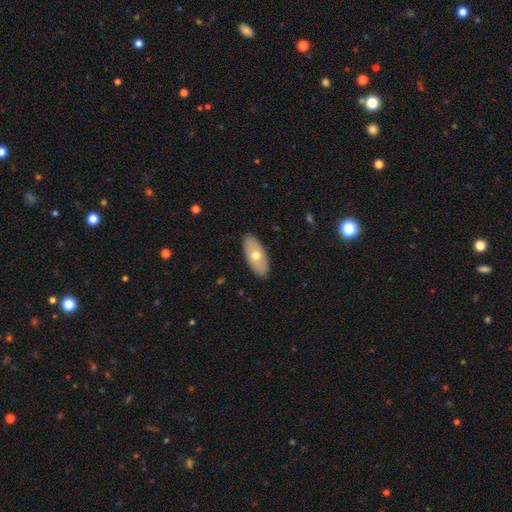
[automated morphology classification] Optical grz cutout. It shows a smooth galaxy with no disk features (61%) that is in between round and cigar-shaped (90%). Merging: none (89%).